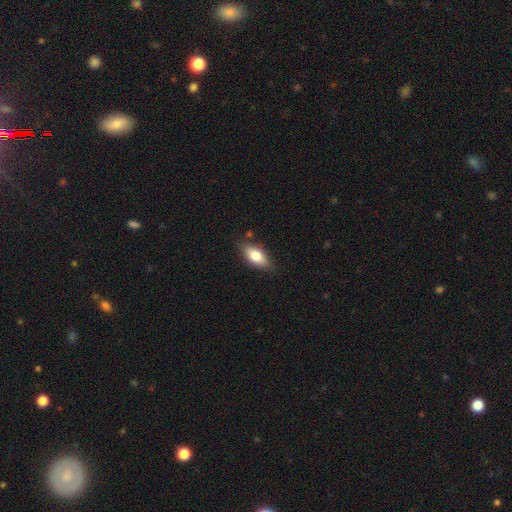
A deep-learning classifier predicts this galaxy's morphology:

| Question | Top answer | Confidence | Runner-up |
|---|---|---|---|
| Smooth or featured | smooth | 77% | featured or disk (16%) |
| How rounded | in between | 86% | cigar-shaped (11%) |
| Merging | none | 82% | minor disturbance (14%) |